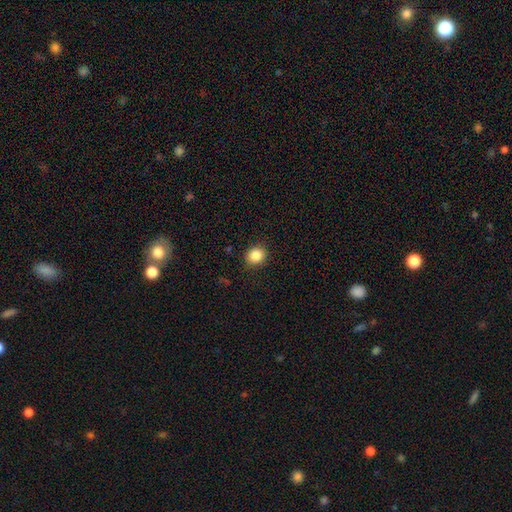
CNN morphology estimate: Smooth or featured?
  - smooth: 86% *
  - star or artifact: 10%
  - featured or disk: 4%
How rounded?
  - round: 83% *
  - in between: 16%
  - cigar-shaped: 1%
Merging?
  - none: 89% *
  - minor disturbance: 8%
  - major disturbance: 2%
  - merger: 1%